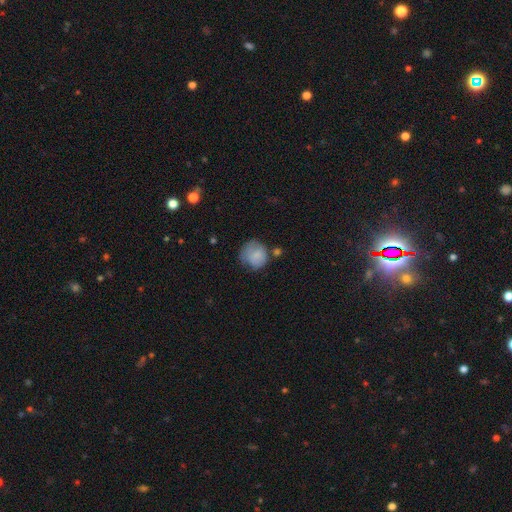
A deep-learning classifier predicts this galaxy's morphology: smooth 78%, featured or disk 14%, star or artifact 8%. Down the decision tree: how rounded — round (83%); merging — none (50%).